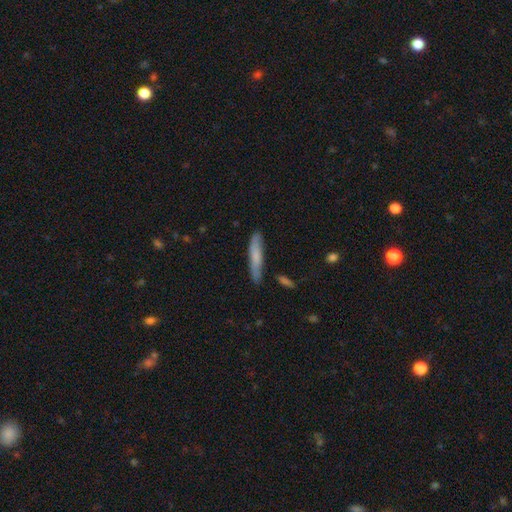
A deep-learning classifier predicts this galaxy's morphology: Smooth or featured?
  - smooth: 68% *
  - featured or disk: 26%
  - star or artifact: 6%
How rounded?
  - cigar-shaped: 90% *
  - in between: 9%
  - round: 1%
Merging?
  - none: 79% *
  - minor disturbance: 15%
  - merger: 3%
  - major disturbance: 3%